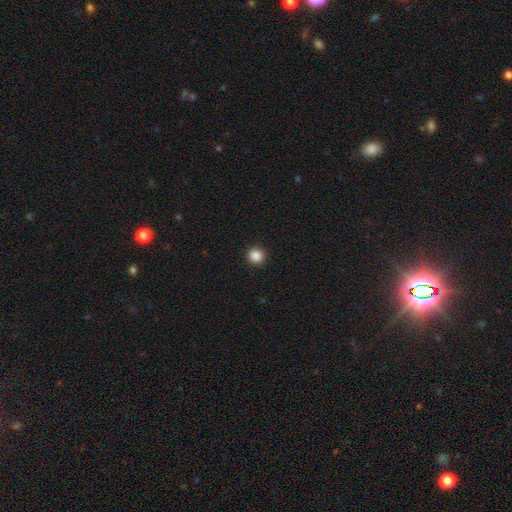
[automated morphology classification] type=smooth (88%); roundness=round (90%); merging=none (92%).